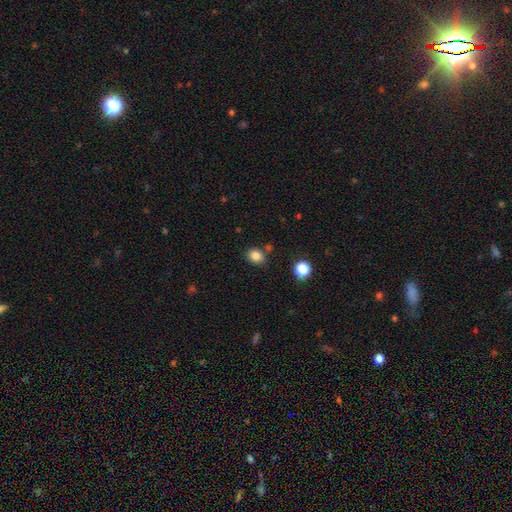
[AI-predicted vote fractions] Overall: smooth (84%). How rounded: round (57%; in between 42%). Merging: none (80%).